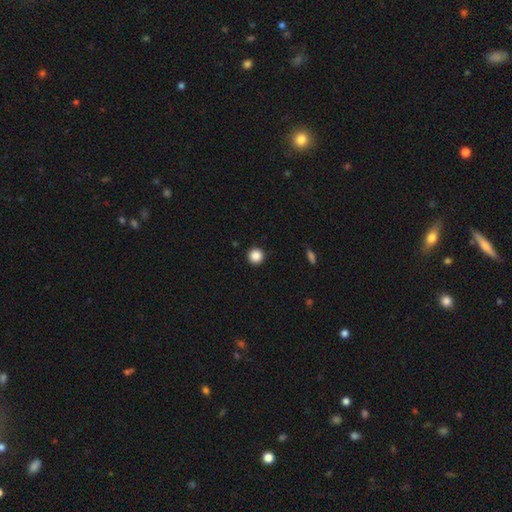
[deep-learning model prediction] A smooth galaxy with no disk features (88%) that is round (96%).

Vote fractions:
- Smooth or featured? smooth: 88% / star or artifact: 10% / featured or disk: 3%
- How rounded? round: 96% / in between: 3% / cigar-shaped: 1%
- Merging? none: 93% / minor disturbance: 4% / major disturbance: 2% / merger: 1%